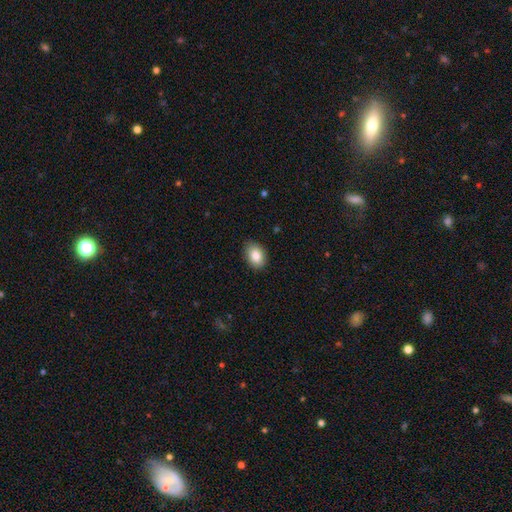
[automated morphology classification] smooth 86%, star or artifact 8%, featured or disk 6%. Down the decision tree: how rounded — in between (80%); merging — none (86%).